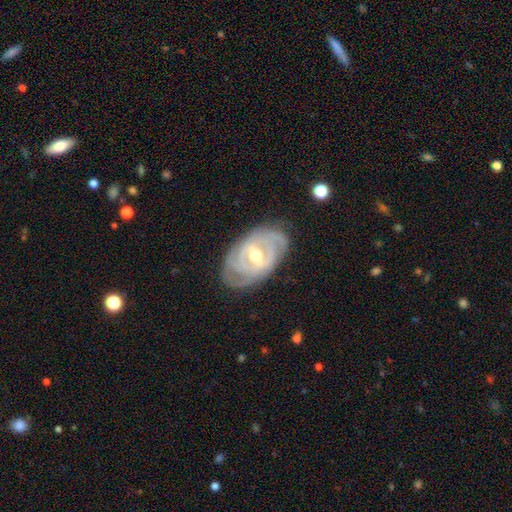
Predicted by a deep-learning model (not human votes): This appears to be a featured or disk galaxy (88%) with a weak bar (49%), tight (71%) spiral arms (94%) and a moderate central bulge (70%). Merging: none (76%).